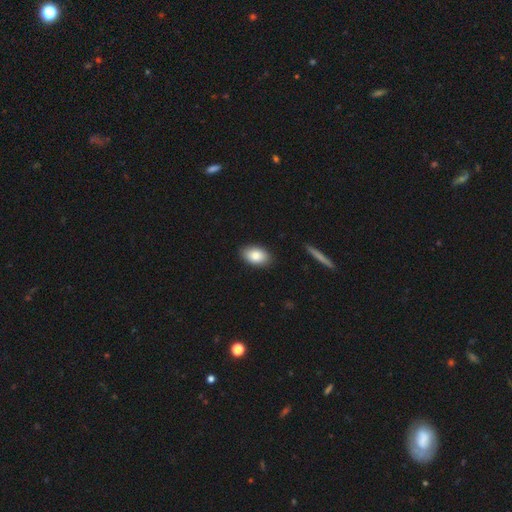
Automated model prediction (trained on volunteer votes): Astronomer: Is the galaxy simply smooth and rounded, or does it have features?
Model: smooth — 85%.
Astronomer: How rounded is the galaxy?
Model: in between — 91%.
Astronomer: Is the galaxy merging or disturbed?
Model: none — 88%.